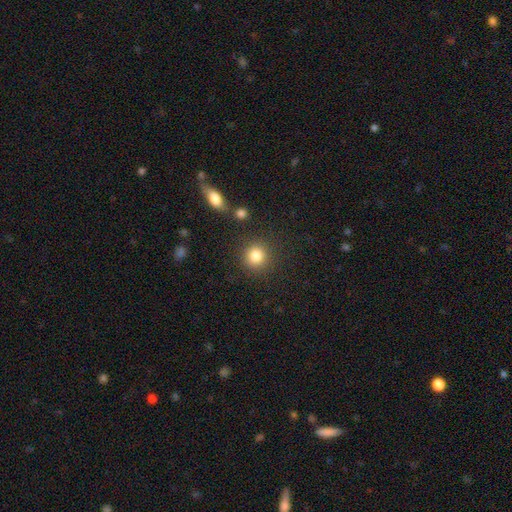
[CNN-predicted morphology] A smooth galaxy with no disk features (85%) that is round (89%). Merging: none (85%).